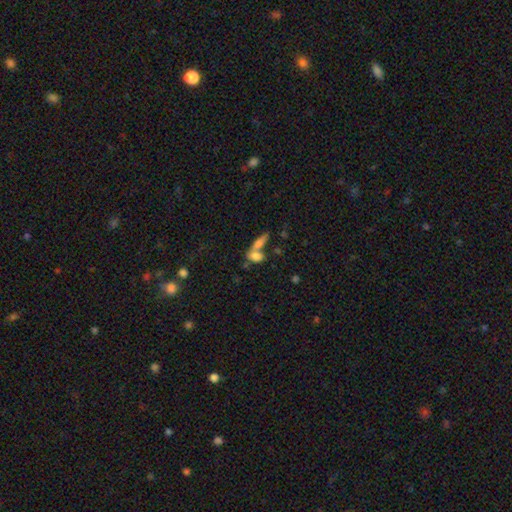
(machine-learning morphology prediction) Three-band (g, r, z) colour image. It shows a smooth galaxy with no disk features (73%) that is in between round and cigar-shaped (75%). Merging: merger (58%).